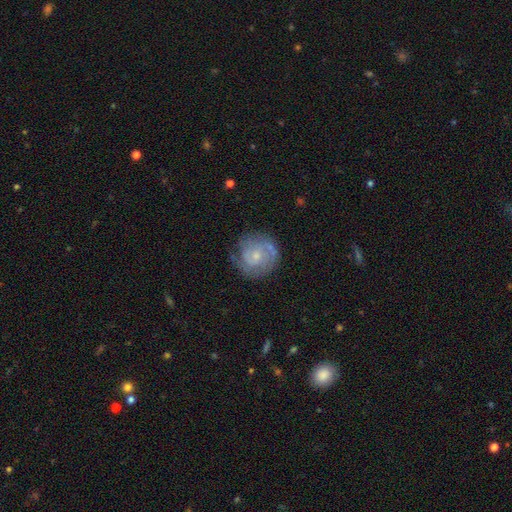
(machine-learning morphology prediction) Smooth or featured? Predicted: featured or disk (p=0.70). Edge-on disk? Predicted: no (p=0.98). Bar? Predicted: no (p=0.73). Spiral arms? Predicted: yes (p=0.87). Spiral winding? Predicted: tight (p=0.59). Spiral arm count? Predicted: 2 (p=0.46). Bulge size? Predicted: small (p=0.63). Merging? Predicted: none (p=0.72).